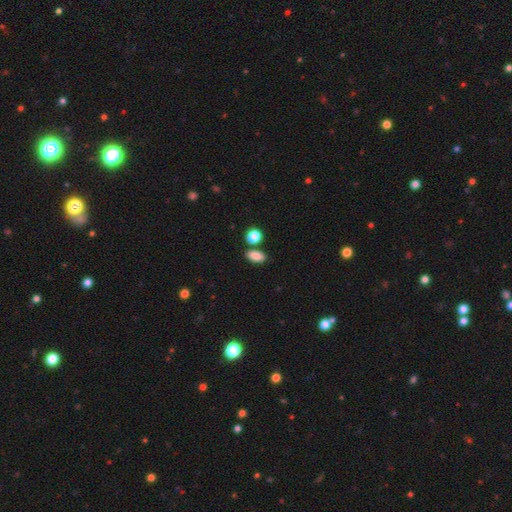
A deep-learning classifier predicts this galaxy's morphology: Q: Smooth or featured?
A: smooth (85%); runner-up: star or artifact (9%)
Q: How rounded?
A: in between (87%); runner-up: round (10%)
Q: Merging?
A: none (75%); runner-up: minor disturbance (11%)